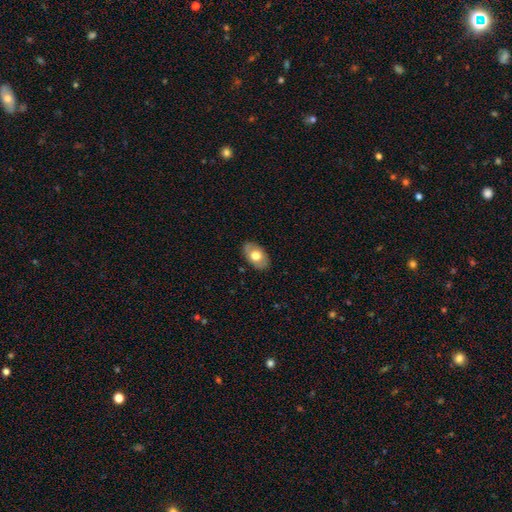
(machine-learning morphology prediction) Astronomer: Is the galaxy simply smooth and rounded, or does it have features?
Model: smooth — 62%.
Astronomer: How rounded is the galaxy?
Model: in between — 89%.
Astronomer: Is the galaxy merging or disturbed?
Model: none — 83%.